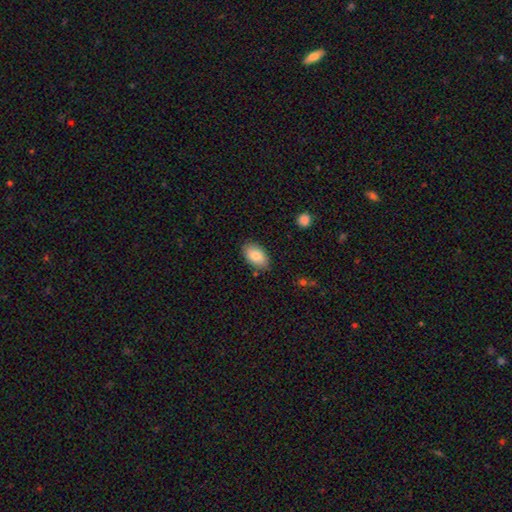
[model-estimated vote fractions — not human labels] Morphology: type=smooth (83%); roundness=in between (94%); merging=none (83%).